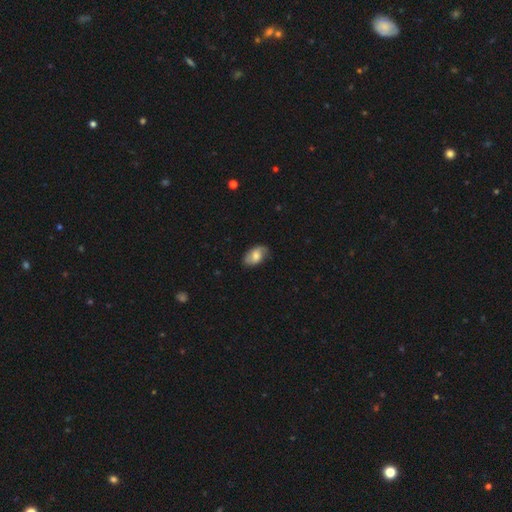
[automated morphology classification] type=smooth (53%); roundness=in between (89%); merging=none (72%).